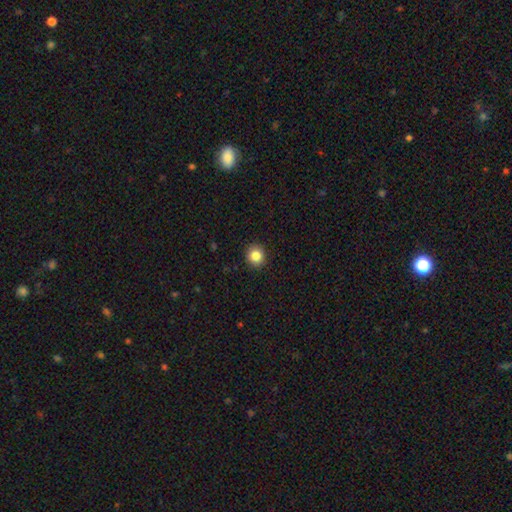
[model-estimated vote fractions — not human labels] The model was most divided on "how rounded": round: 87%, in between: 12%, cigar-shaped: 1%. More confident: merging — none (92%); smooth or featured — smooth (85%).